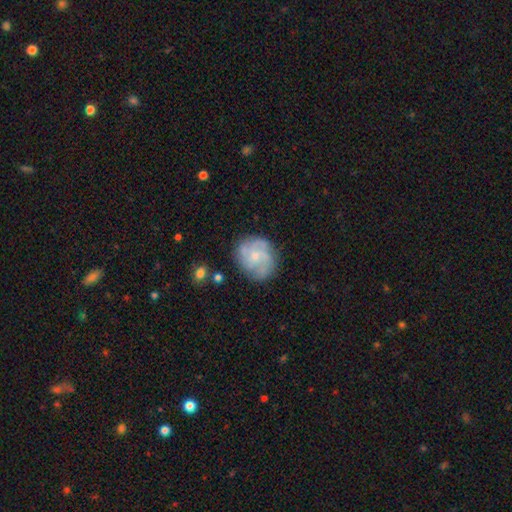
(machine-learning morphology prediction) Overall: featured or disk (66%; smooth 27%). Edge-on disk: no (98%). Bar: no (73%). Spiral arms: yes (85%). Spiral arm count: can't tell (31%; 3 26%). Spiral winding: medium (42%; tight 39%). Bulge size: small (65%; moderate 28%). Merging: none (73%).